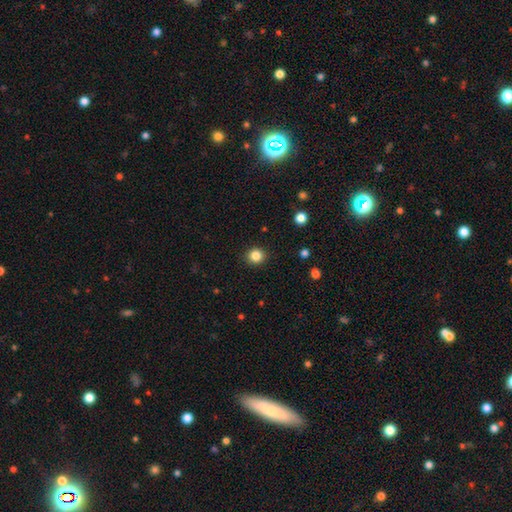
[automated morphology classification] Smooth or featured?
  - smooth: 84% *
  - star or artifact: 11%
  - featured or disk: 4%
How rounded?
  - round: 89% *
  - in between: 10%
  - cigar-shaped: 1%
Merging?
  - none: 92% *
  - minor disturbance: 5%
  - major disturbance: 2%
  - merger: 1%